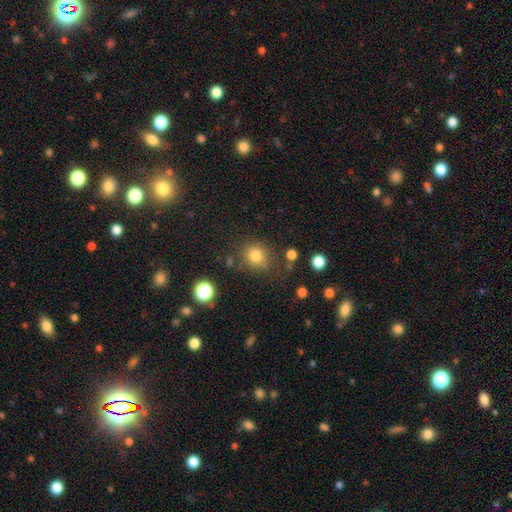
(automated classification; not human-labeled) smooth 79%, star or artifact 14%, featured or disk 7%. Down the decision tree: how rounded — round (80%); merging — none (76%).